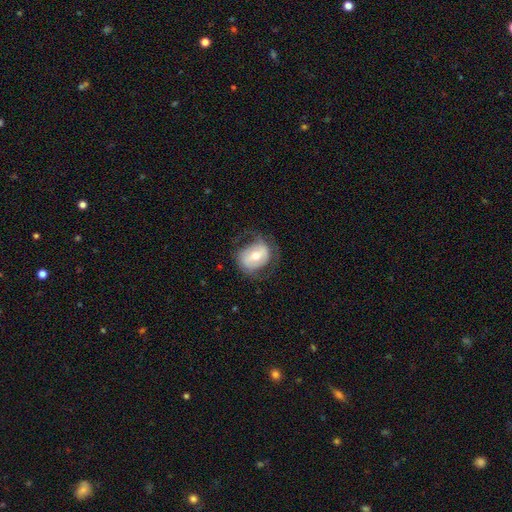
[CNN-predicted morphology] A featured or disk galaxy (51%). Merging: none (61%).